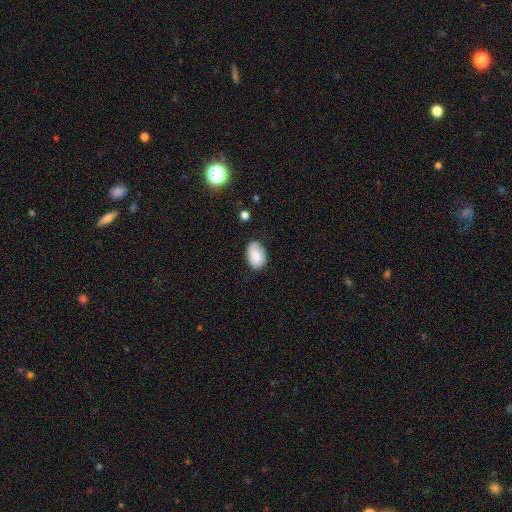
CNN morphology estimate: Overall: smooth (78%). How rounded: in between (90%). Merging: none (74%).